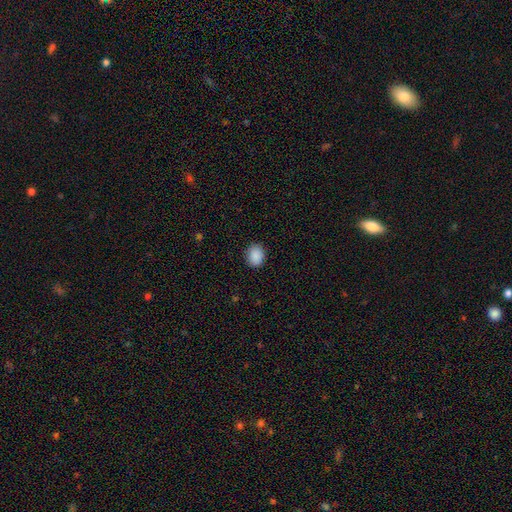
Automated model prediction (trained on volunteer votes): A smooth galaxy with no disk features (89%) that is round (53%). Merging: none (88%).